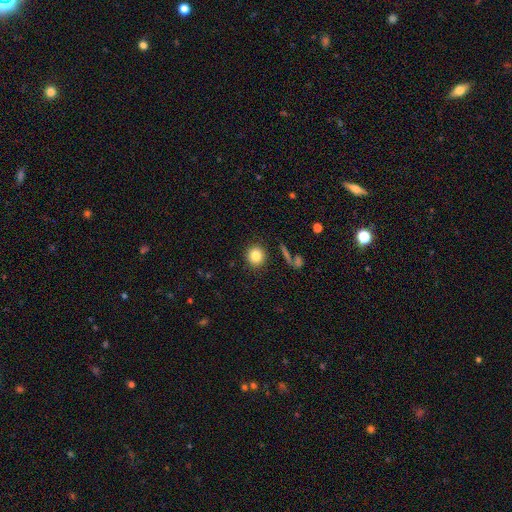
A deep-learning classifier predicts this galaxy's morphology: Overall: smooth (83%). How rounded: round (89%). Merging: none (89%).